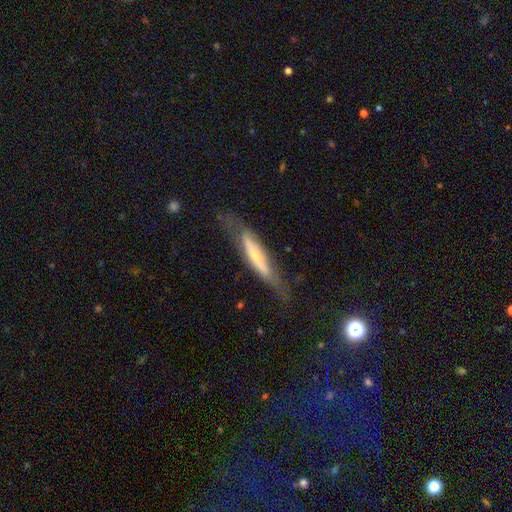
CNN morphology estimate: Smooth or featured?
  - featured or disk: 63% *
  - smooth: 31%
  - star or artifact: 6%
Edge-on disk?
  - yes: 70% *
  - no: 30%
Merging?
  - none: 67% *
  - minor disturbance: 20%
  - major disturbance: 10%
  - merger: 2%